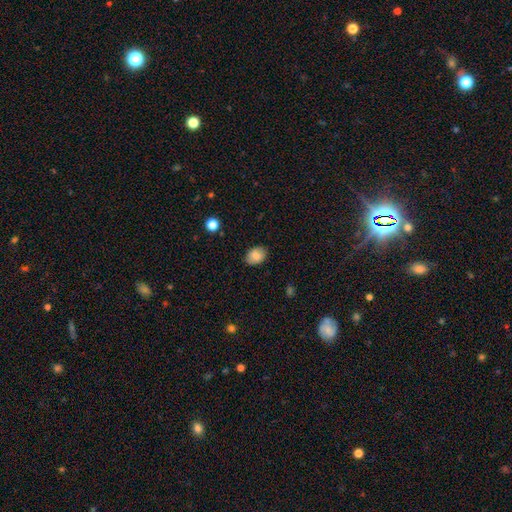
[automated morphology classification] smooth 82%, featured or disk 10%, star or artifact 8%. Down the decision tree: how rounded — in between (79%); merging — none (85%).